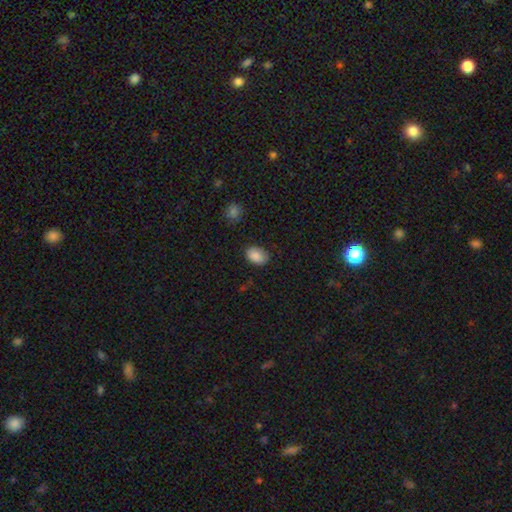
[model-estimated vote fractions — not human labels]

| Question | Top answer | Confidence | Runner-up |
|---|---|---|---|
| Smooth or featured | smooth | 88% | star or artifact (8%) |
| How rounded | in between | 81% | round (18%) |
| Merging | none | 82% | minor disturbance (13%) |